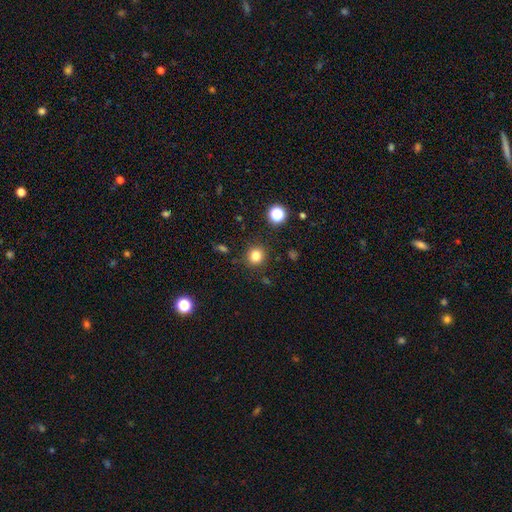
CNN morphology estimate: Smooth or featured? smooth (80%)
How rounded? round (90%)
Merging? none (88%)